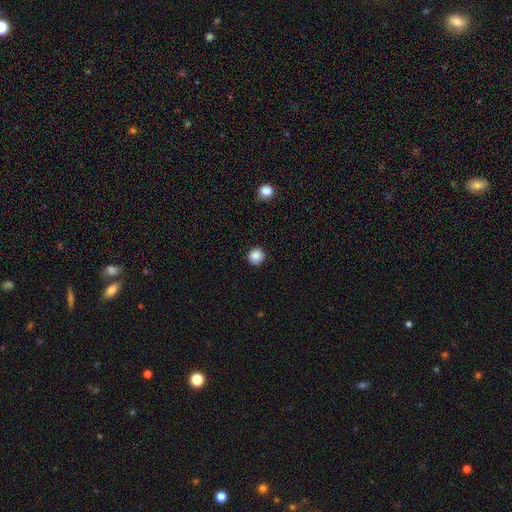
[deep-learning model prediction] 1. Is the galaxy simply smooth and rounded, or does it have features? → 87% smooth, 10% star or artifact, 3% featured or disk.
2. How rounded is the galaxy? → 95% round, 4% in between, 1% cigar-shaped.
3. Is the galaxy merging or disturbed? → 92% none, 5% minor disturbance, 2% major disturbance, 1% merger.